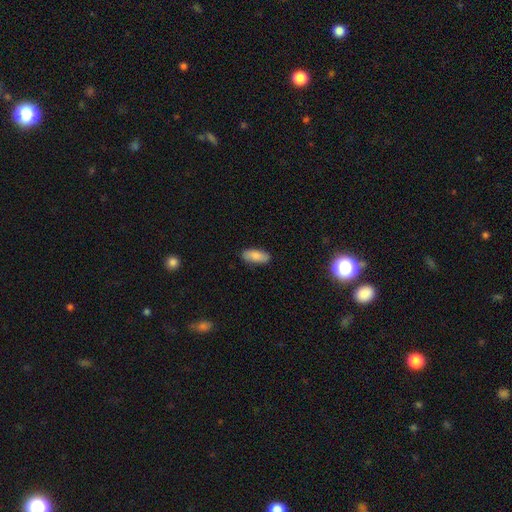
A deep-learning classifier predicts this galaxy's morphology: This is clearly a smooth galaxy (86%). How rounded: clearly in between (82%). Merging: clearly none (85%).